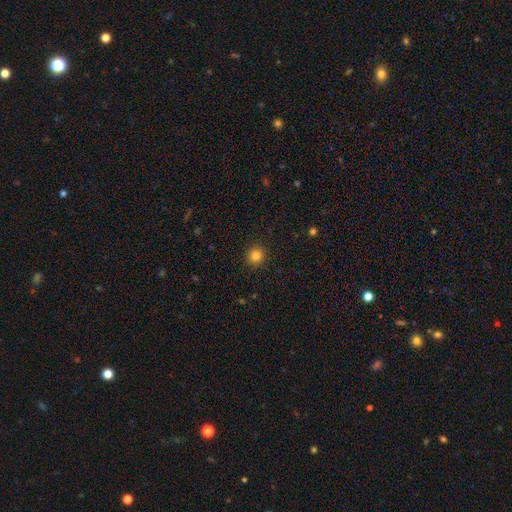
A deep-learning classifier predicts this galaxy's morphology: Q: Smooth or featured?
A: smooth (83%); runner-up: star or artifact (12%)
Q: How rounded?
A: round (92%); runner-up: in between (8%)
Q: Merging?
A: none (92%); runner-up: minor disturbance (6%)